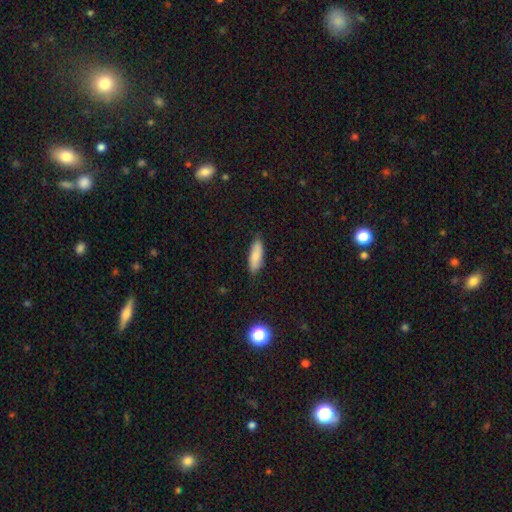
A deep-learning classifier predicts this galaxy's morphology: Q: Smooth or featured?
A: smooth (83%); runner-up: featured or disk (11%)
Q: How rounded?
A: in between (62%); runner-up: cigar-shaped (36%)
Q: Merging?
A: none (82%); runner-up: minor disturbance (14%)